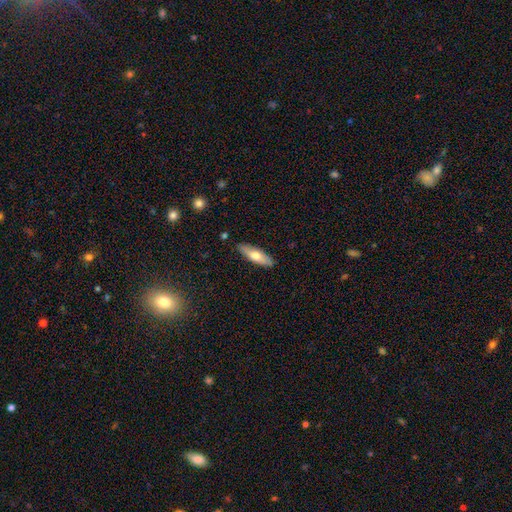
Smooth or featured?
  - smooth: 57% *
  - featured or disk: 38%
  - star or artifact: 5%
How rounded?
  - cigar-shaped: 61% *
  - in between: 39%
  - round: 0%
Merging?
  - none: 95% *
  - minor disturbance: 5%
  - major disturbance: 0%
  - merger: 0%